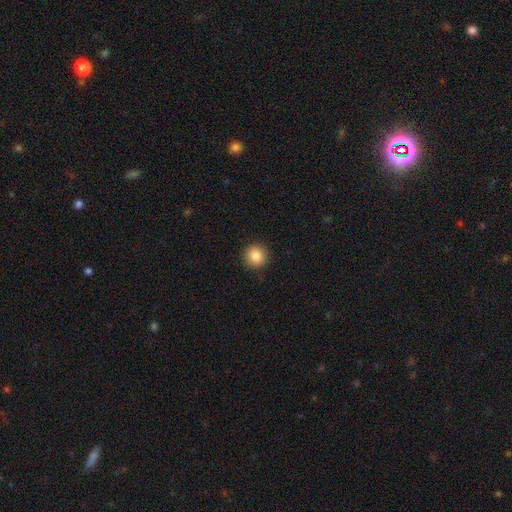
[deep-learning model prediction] Smooth or featured? smooth (86%)
How rounded? round (92%)
Merging? none (91%)